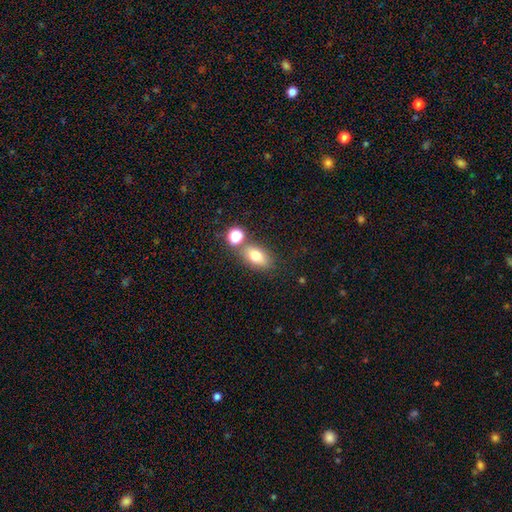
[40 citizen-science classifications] smooth_or_featured: smooth (p=0.80) [alt: star or artifact p=0.12]
how_rounded: in between (p=0.75) [alt: round p=0.19]
merging: none (p=0.69) [alt: merger p=0.20]